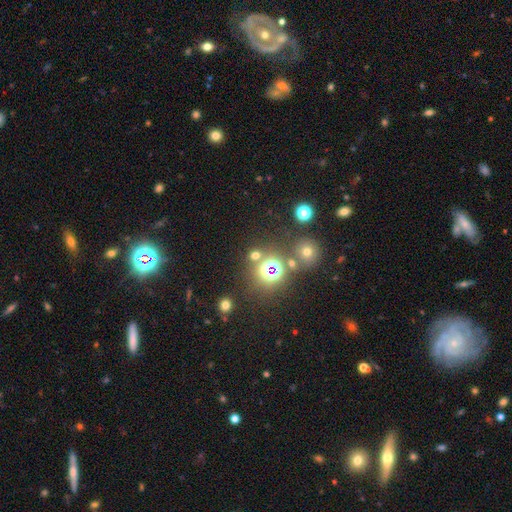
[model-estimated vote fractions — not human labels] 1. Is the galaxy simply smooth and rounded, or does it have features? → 47% star or artifact, 46% smooth, 7% featured or disk.